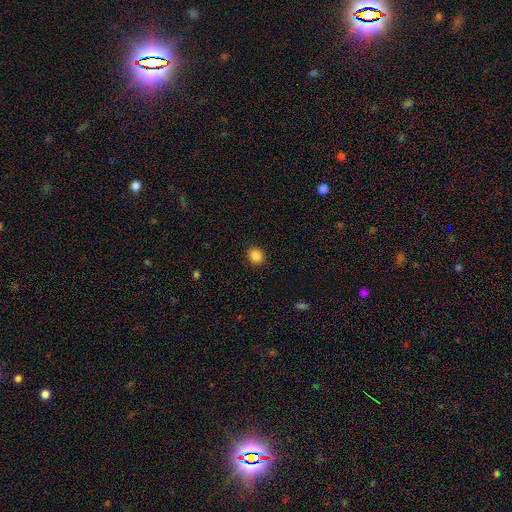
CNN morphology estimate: Smooth or featured? Predicted: smooth (p=0.86). How rounded? Predicted: round (p=0.82). Merging? Predicted: none (p=0.91).